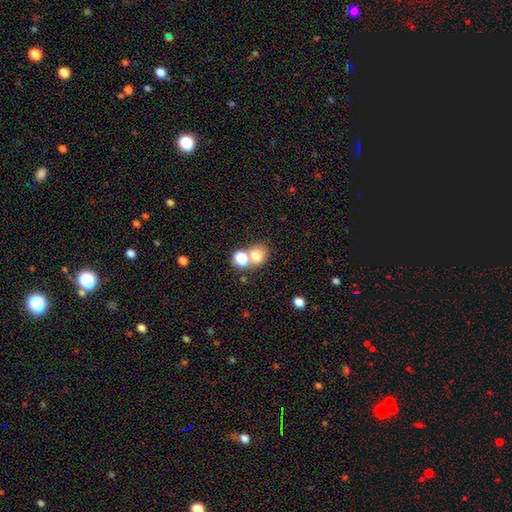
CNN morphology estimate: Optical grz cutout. It shows a smooth galaxy with no disk features (74%) that is round (64%). Merging: none (47%).